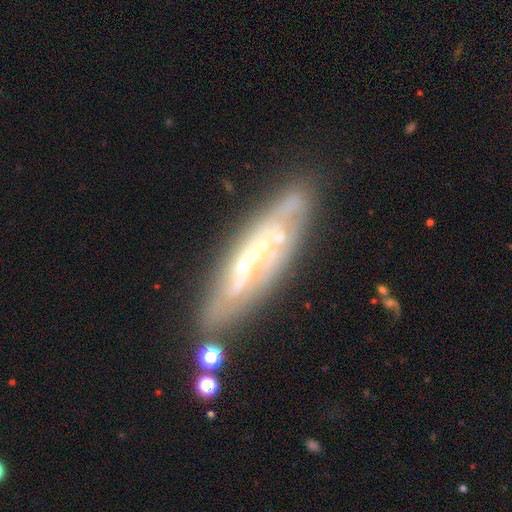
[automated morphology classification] This is likely a featured or disk galaxy (70%). It is possibly not viewed edge-on (54%). Merging: likely none (66%).